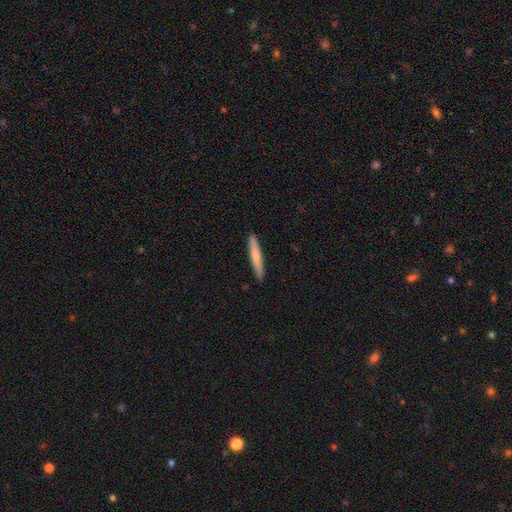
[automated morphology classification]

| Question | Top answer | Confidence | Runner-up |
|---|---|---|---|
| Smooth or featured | smooth | 72% | featured or disk (23%) |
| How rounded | cigar-shaped | 95% | in between (4%) |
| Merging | none | 91% | minor disturbance (6%) |